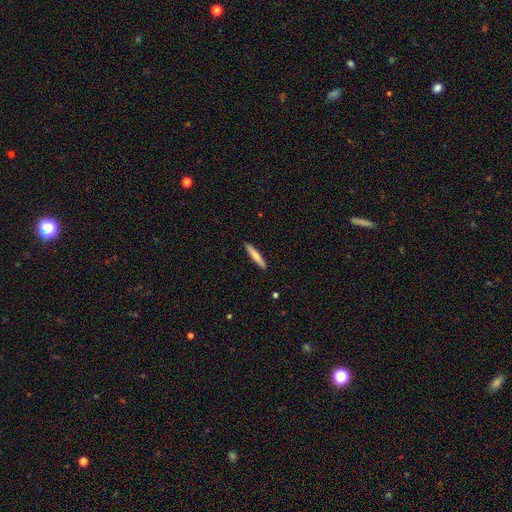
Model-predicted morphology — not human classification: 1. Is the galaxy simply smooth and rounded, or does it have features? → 77% smooth, 18% featured or disk, 5% star or artifact.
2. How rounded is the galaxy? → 93% cigar-shaped, 5% in between, 1% round.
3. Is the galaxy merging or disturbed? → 92% none, 6% minor disturbance, 1% major disturbance, 1% merger.